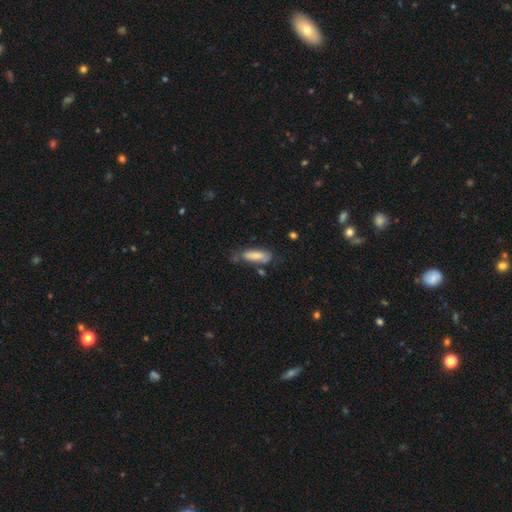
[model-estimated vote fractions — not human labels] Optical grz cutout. It shows a smooth galaxy with no disk features (74%) that is in between round and cigar-shaped (55%). Merging: none (51%).